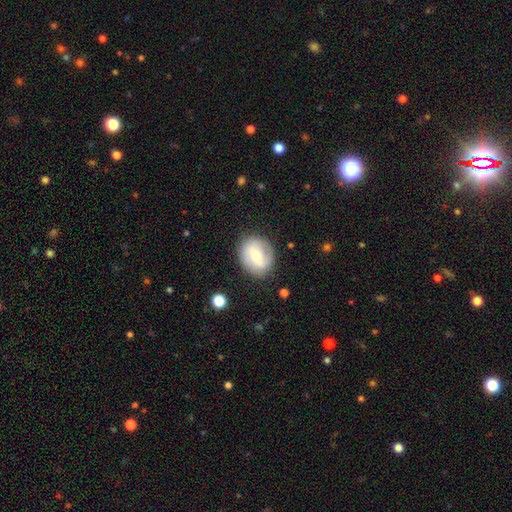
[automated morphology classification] smooth 47%, featured or disk 46%, star or artifact 7%. Down the decision tree: merging — none (82%).